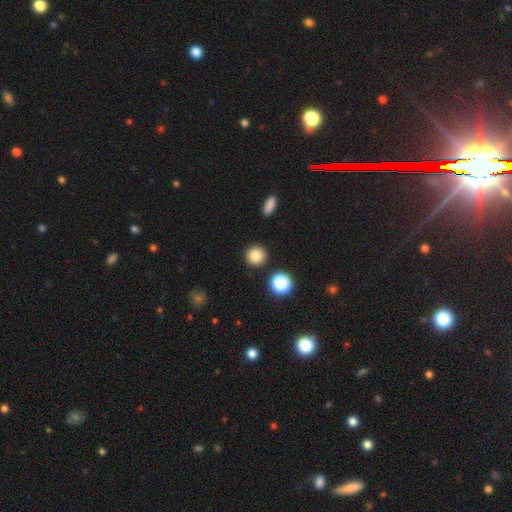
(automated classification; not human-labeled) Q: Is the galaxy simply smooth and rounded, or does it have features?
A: smooth — 84%.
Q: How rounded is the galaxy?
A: round — 93%.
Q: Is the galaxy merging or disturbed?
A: none — 90%.